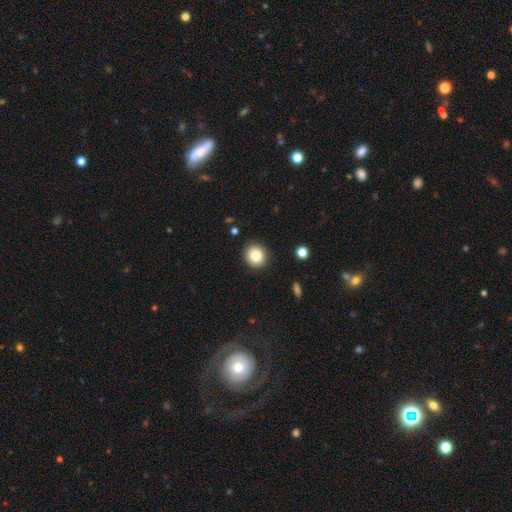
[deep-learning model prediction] Q: Smooth or featured?
A: smooth (81%); runner-up: star or artifact (10%)
Q: How rounded?
A: round (91%); runner-up: in between (8%)
Q: Merging?
A: none (91%); runner-up: minor disturbance (6%)